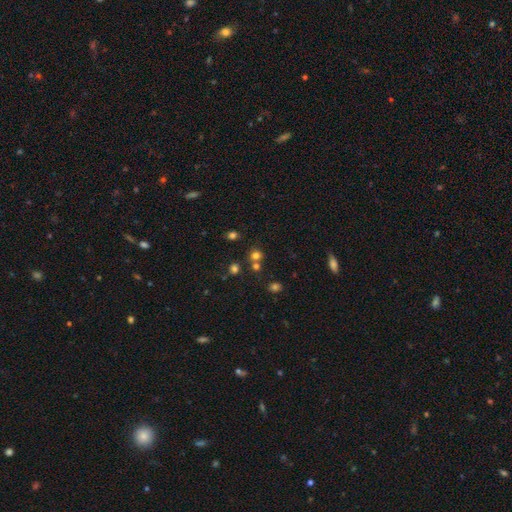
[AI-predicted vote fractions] Smooth or featured: smooth — 68% (star or artifact — 24%)
How rounded: round — 86% (in between — 13%)
Merging: none — 65% (merger — 23%)